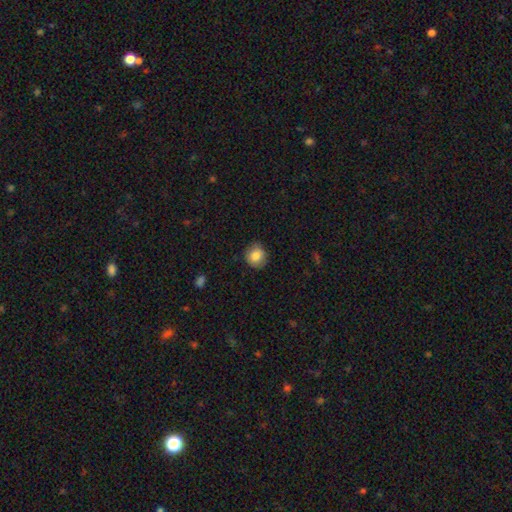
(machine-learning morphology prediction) The model was most divided on "how rounded": round: 84%, in between: 15%, cigar-shaped: 1%. More confident: merging — none (84%); smooth or featured — smooth (84%).